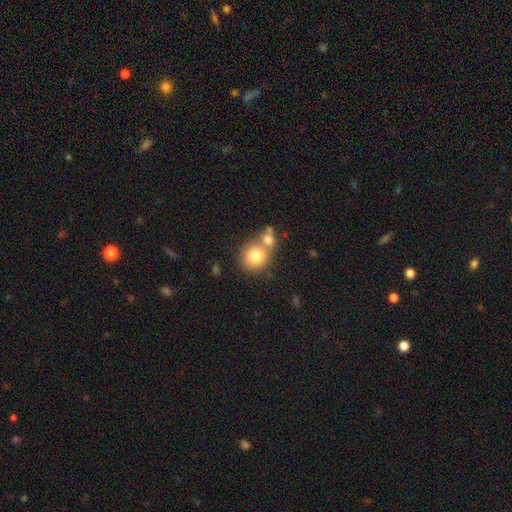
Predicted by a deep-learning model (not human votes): A smooth galaxy with no disk features (77%) that is round (83%). Merging: none (47%).